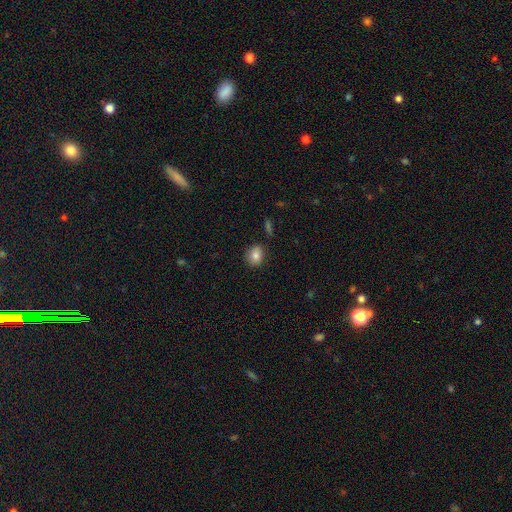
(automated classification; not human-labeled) Morphology: type=smooth (82%); roundness=round (55%); merging=none (80%).